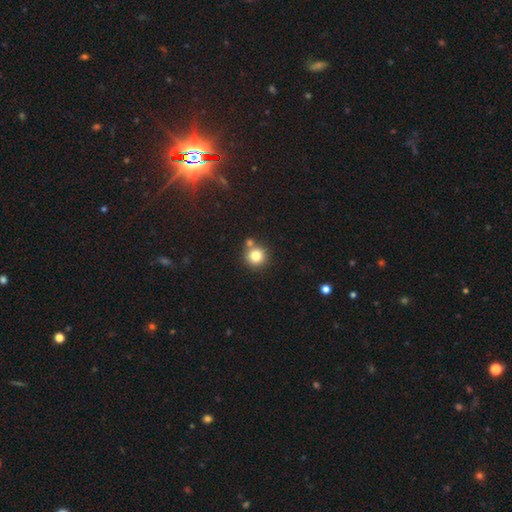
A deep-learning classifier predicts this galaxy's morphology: smooth_or_featured: smooth (p=0.81) [alt: star or artifact p=0.12]
how_rounded: round (p=0.93) [alt: in between p=0.06]
merging: none (p=0.72) [alt: merger p=0.18]